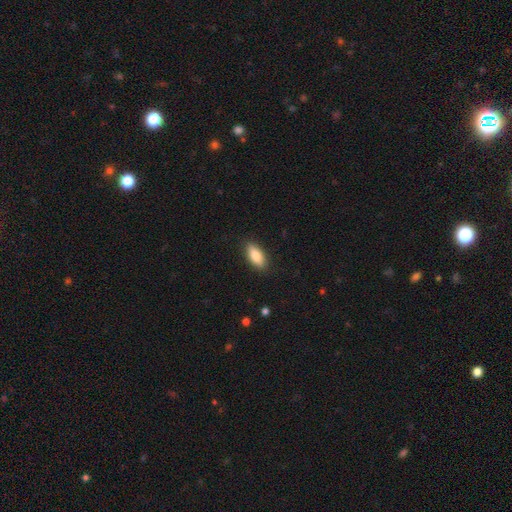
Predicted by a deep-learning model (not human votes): This appears to be a smooth galaxy with no disk features (81%) that is in between round and cigar-shaped (82%). Merging: none (88%).